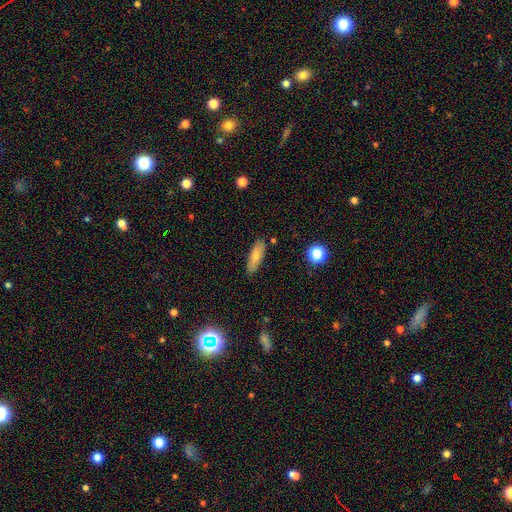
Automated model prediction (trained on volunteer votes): The model was most divided on "how rounded": in between: 53%, cigar-shaped: 45%, round: 3%. More confident: merging — none (86%); smooth or featured — smooth (72%).